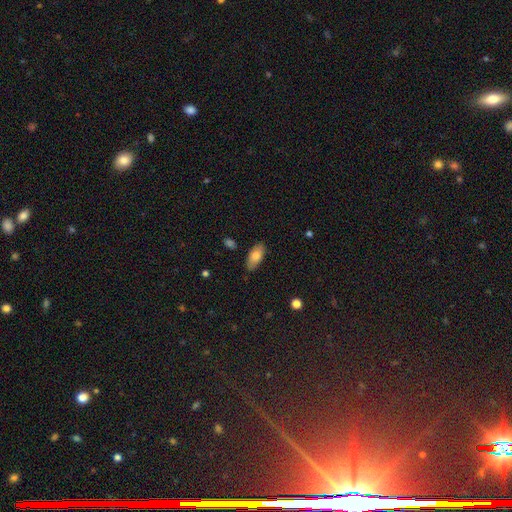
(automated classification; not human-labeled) This is likely a smooth galaxy (78%). How rounded: clearly in between (89%). Merging: clearly none (83%).